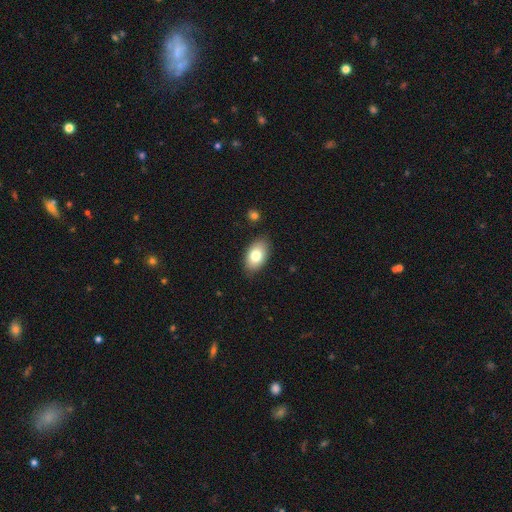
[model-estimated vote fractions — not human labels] The model was most divided on "smooth or featured": smooth: 78%, featured or disk: 14%, star or artifact: 7%. More confident: how rounded — in between (92%); merging — none (84%).